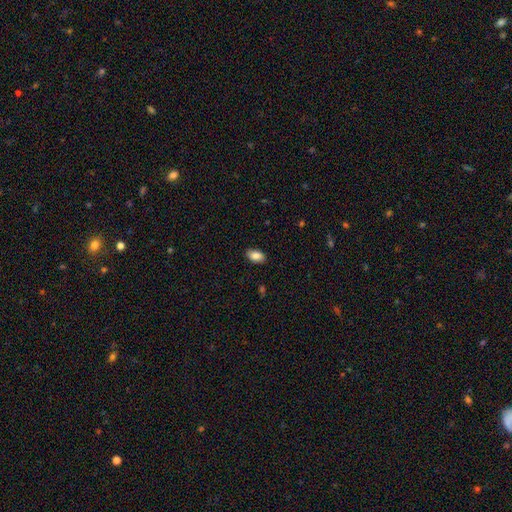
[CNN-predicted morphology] Smooth or featured?
  - smooth: 85% *
  - featured or disk: 7%
  - star or artifact: 7%
How rounded?
  - in between: 92% *
  - round: 5%
  - cigar-shaped: 2%
Merging?
  - none: 88% *
  - minor disturbance: 9%
  - major disturbance: 2%
  - merger: 1%